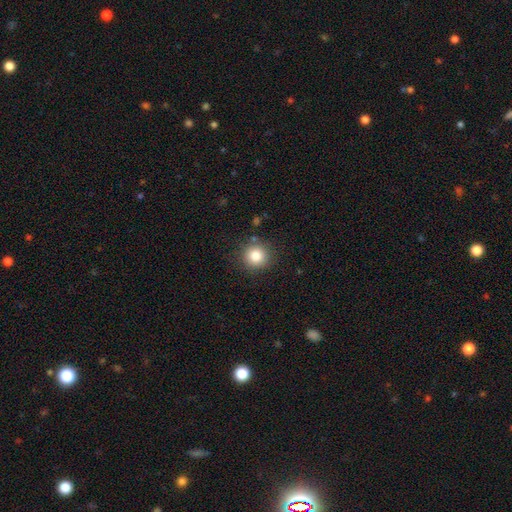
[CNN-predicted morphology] The model was most divided on "smooth or featured": smooth: 83%, star or artifact: 11%, featured or disk: 6%. More confident: how rounded — round (93%); merging — none (87%).